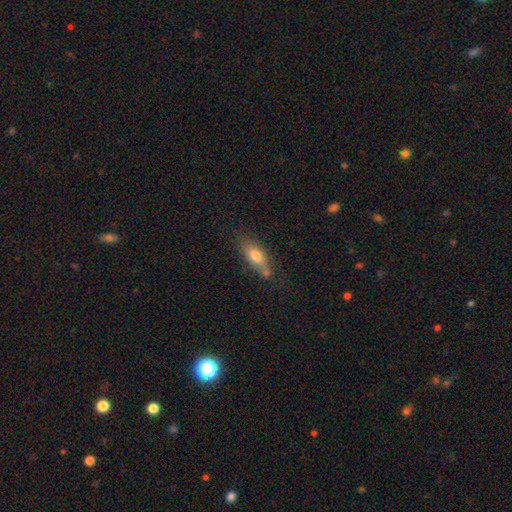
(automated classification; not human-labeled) smooth_or_featured: smooth (p=0.70) [alt: featured or disk p=0.23]
how_rounded: in between (p=0.73) [alt: cigar-shaped p=0.23]
merging: none (p=0.63) [alt: minor disturbance p=0.23]